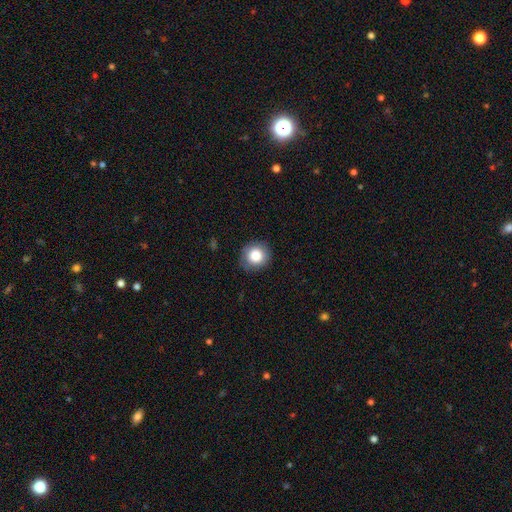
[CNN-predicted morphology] A smooth galaxy with no disk features (84%) that is round (89%). Merging: none (87%).